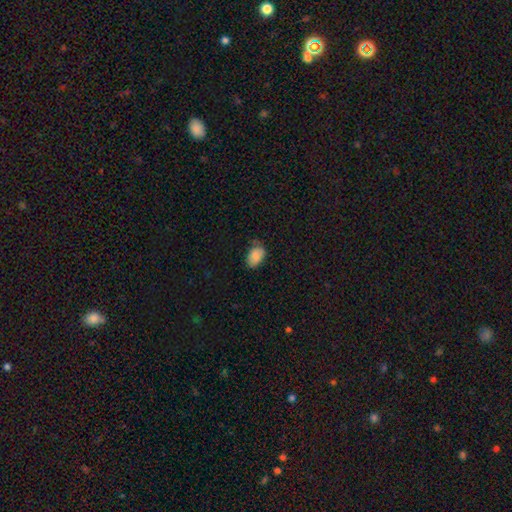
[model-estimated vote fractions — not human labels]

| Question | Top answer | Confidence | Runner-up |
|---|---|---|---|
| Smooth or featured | smooth | 84% | star or artifact (8%) |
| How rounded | in between | 88% | round (11%) |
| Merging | none | 62% | minor disturbance (31%) |